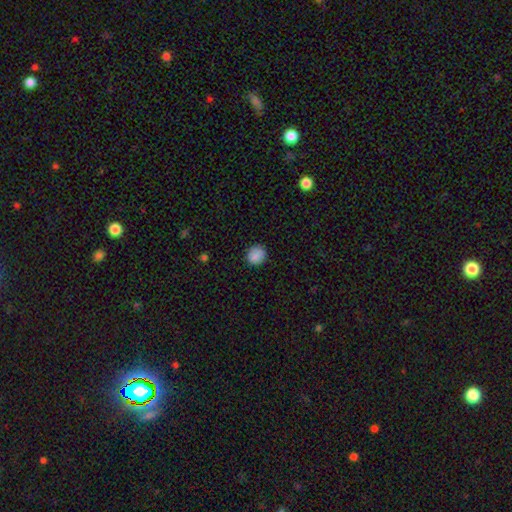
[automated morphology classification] smooth 87%, star or artifact 9%, featured or disk 4%. Down the decision tree: how rounded — round (86%); merging — none (86%).